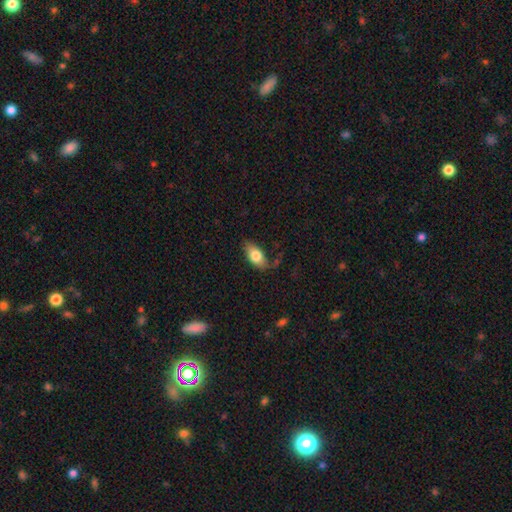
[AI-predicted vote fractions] Smooth or featured? smooth (75%)
How rounded? in between (89%)
Merging? none (63%)